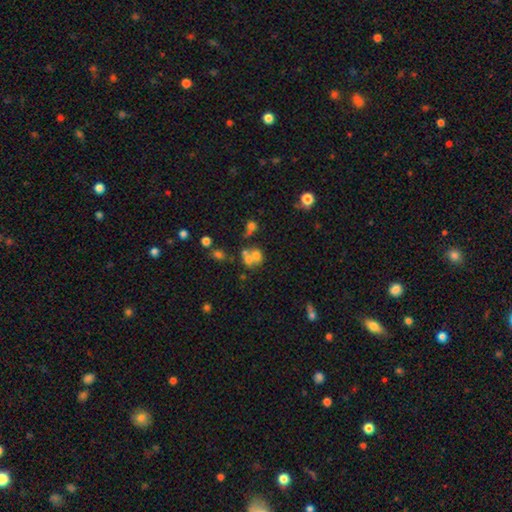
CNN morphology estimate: Q: Smooth or featured?
A: smooth (58%); runner-up: featured or disk (26%)
Q: How rounded?
A: round (63%); runner-up: in between (36%)
Q: Merging?
A: merger (57%); runner-up: none (29%)